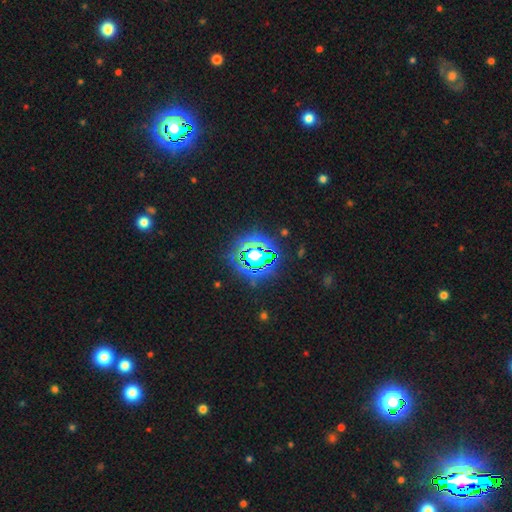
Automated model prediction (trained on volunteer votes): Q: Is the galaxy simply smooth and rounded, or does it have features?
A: star or artifact — 76%.